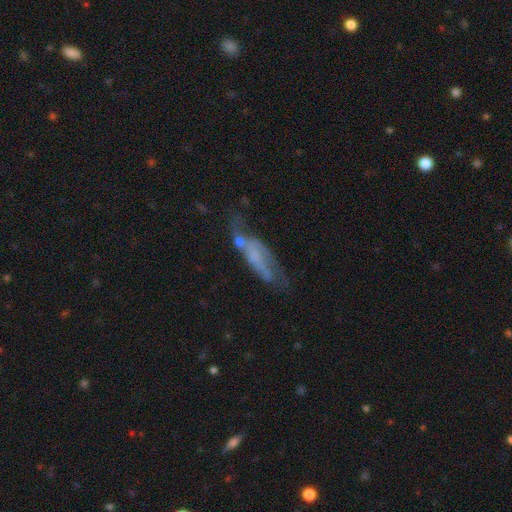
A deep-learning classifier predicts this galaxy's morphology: A featured or disk galaxy (57%).

Vote fractions:
- Smooth or featured? featured or disk: 57% / smooth: 32% / star or artifact: 11%
- Edge-on disk? no: 77% / yes: 23%
- Merging? none: 33% / major disturbance: 28% / minor disturbance: 24% / merger: 16%